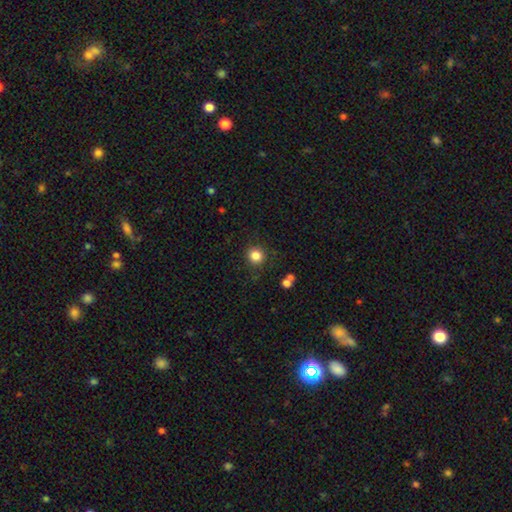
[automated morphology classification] A smooth galaxy with no disk features (83%) that is round (91%).

Vote fractions:
- Smooth or featured? smooth: 83% / star or artifact: 12% / featured or disk: 5%
- How rounded? round: 91% / in between: 9% / cigar-shaped: 1%
- Merging? none: 88% / minor disturbance: 8% / major disturbance: 3% / merger: 2%